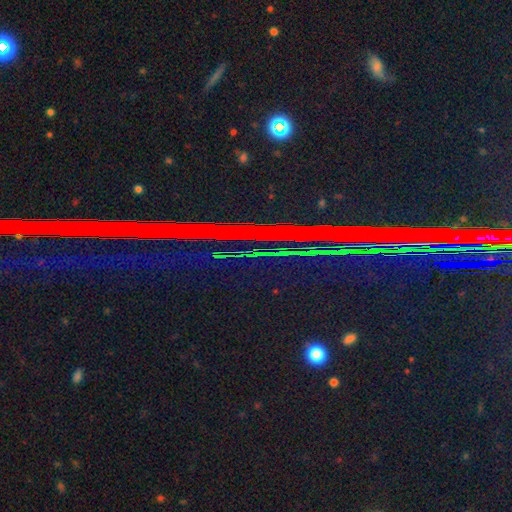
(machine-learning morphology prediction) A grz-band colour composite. It shows a star or artifact, not a galaxy (87%).